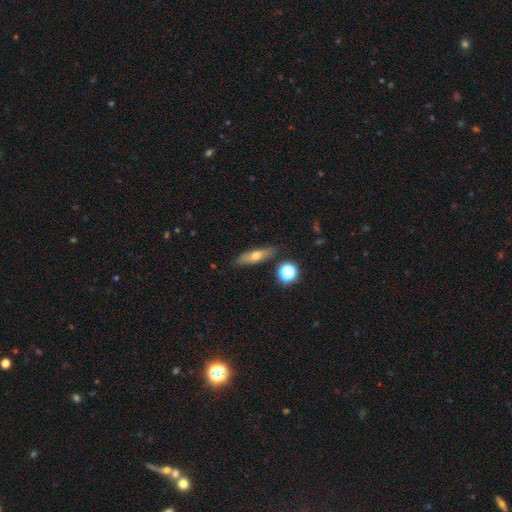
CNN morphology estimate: This appears to be a smooth galaxy with no disk features (57%) that is cigar-shaped (53%). Merging: none (82%).